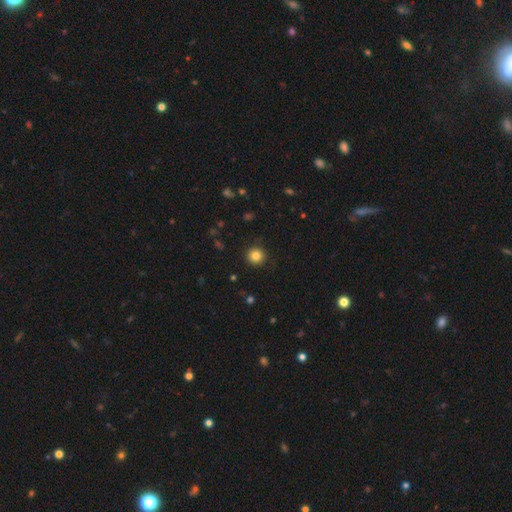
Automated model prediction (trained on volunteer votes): smooth 83%, star or artifact 11%, featured or disk 5%. Down the decision tree: how rounded — round (94%); merging — none (90%).